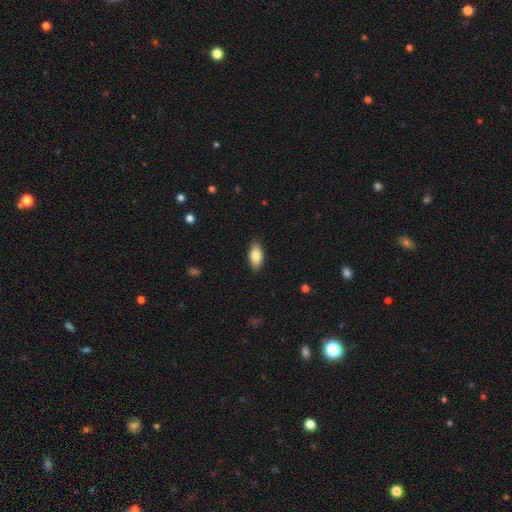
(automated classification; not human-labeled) Smooth or featured: smooth — 83% (featured or disk — 10%)
How rounded: in between — 91% (cigar-shaped — 6%)
Merging: none — 88% (minor disturbance — 9%)